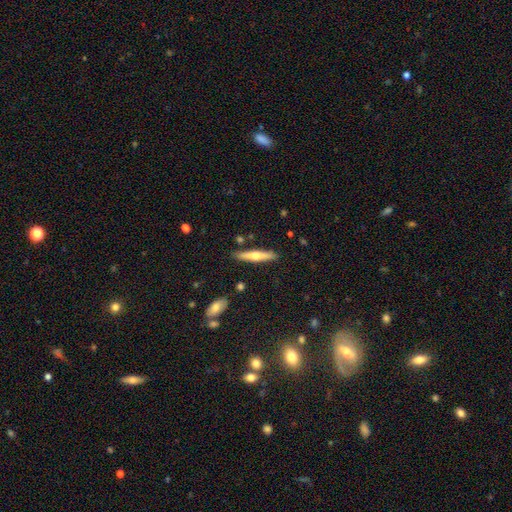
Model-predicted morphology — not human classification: Smooth or featured: featured or disk — 49% (smooth — 45%)
Merging: none — 87% (minor disturbance — 8%)